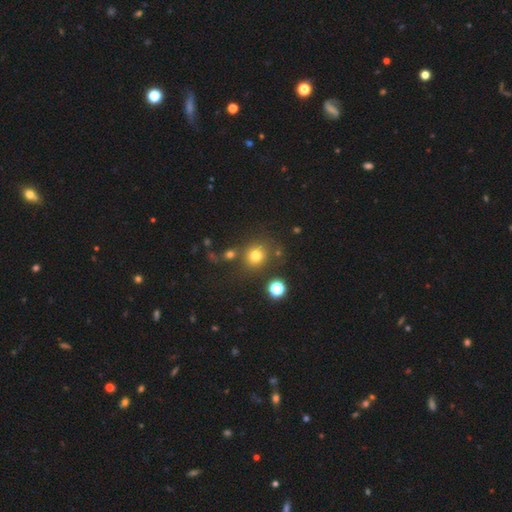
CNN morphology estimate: smooth_or_featured: smooth (p=0.75) [alt: star or artifact p=0.17]
how_rounded: round (p=0.87) [alt: in between p=0.12]
merging: none (p=0.75) [alt: minor disturbance p=0.10]